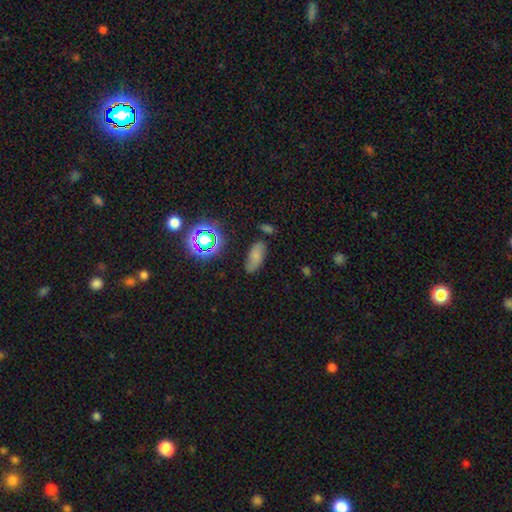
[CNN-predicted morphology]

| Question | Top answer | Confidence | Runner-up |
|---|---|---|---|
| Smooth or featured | smooth | 69% | star or artifact (17%) |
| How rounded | in between | 85% | cigar-shaped (10%) |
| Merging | none | 74% | minor disturbance (17%) |